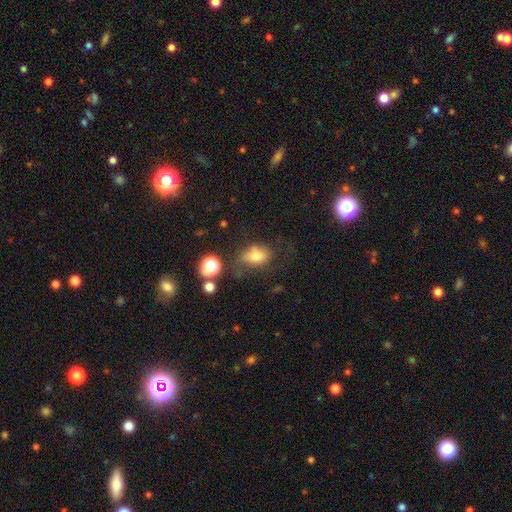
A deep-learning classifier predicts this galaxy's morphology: This is likely a smooth galaxy (72%). How rounded: likely in between (77%). Merging: possibly none (47%).